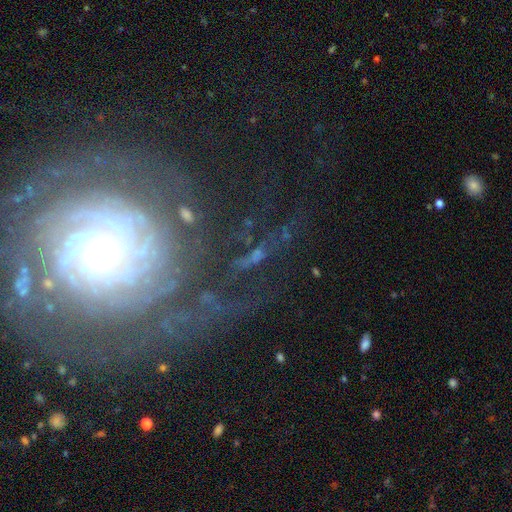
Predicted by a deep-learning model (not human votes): A featured or disk galaxy (64%) with no bar (48%), tight (54%) spiral arms (88%) and a small central bulge (55%).

Vote fractions:
- Smooth or featured? featured or disk: 64% / star or artifact: 22% / smooth: 13%
- Edge-on disk? no: 90% / yes: 10%
- Bar? no: 48% / weak: 30% / strong: 22%
- Spiral arms? yes: 88% / no: 12%
- Spiral winding? tight: 54% / medium: 30% / loose: 15%
- Spiral arm count? can't tell: 28% / 2: 25% / 3: 14% / 4: 11% / more than 4: 11% / 1: 11%
- Bulge size? small: 55% / moderate: 26% / none: 11% / large: 5% / dominant: 3%
- Merging? none: 59% / major disturbance: 18% / minor disturbance: 17% / merger: 6%